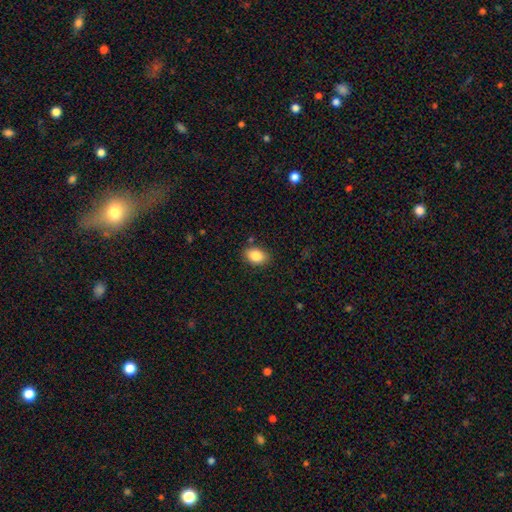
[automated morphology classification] smooth-or-featured: smooth: 85% | star or artifact: 8% | featured or disk: 7%
  how-rounded: in between: 79% | round: 20% | cigar-shaped: 1%
  merging: none: 86% | minor disturbance: 10% | major disturbance: 2% | merger: 2%